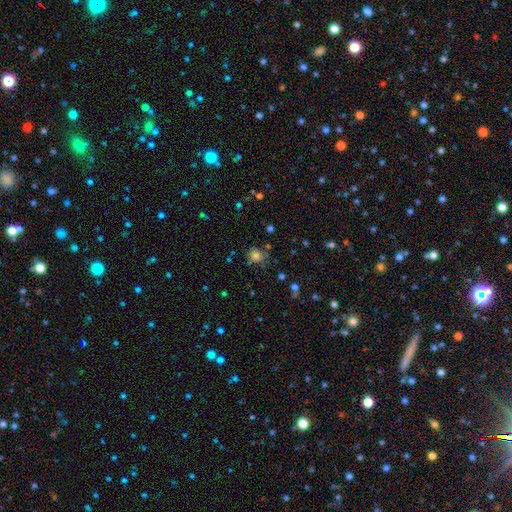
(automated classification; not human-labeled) Smooth or featured?
  - smooth: 71% *
  - star or artifact: 19%
  - featured or disk: 10%
How rounded?
  - round: 81% *
  - in between: 18%
  - cigar-shaped: 1%
Merging?
  - none: 70% *
  - minor disturbance: 18%
  - major disturbance: 7%
  - merger: 6%